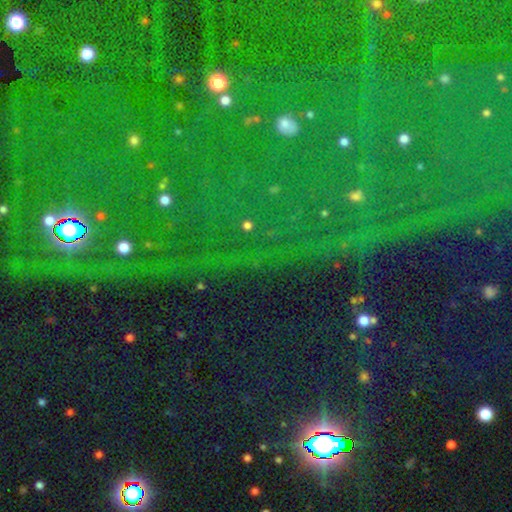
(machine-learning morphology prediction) smooth-or-featured: star or artifact: 86% | smooth: 8% | featured or disk: 7%